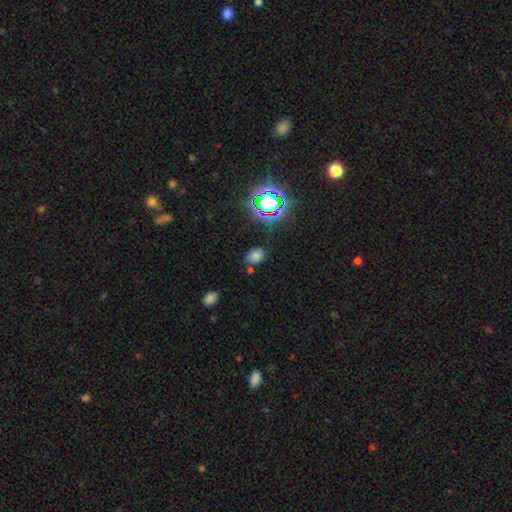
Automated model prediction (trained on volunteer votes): Smooth or featured? Predicted: smooth (p=0.64). How rounded? Predicted: in between (p=0.73). Merging? Predicted: none (p=0.73).